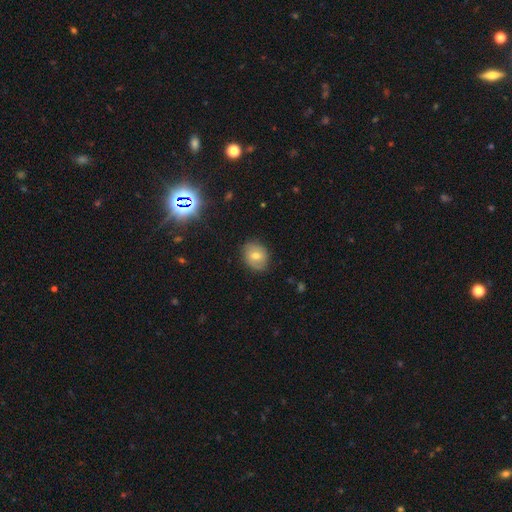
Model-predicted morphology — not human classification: Smooth or featured? smooth (63%)
How rounded? round (55%)
Merging? none (81%)